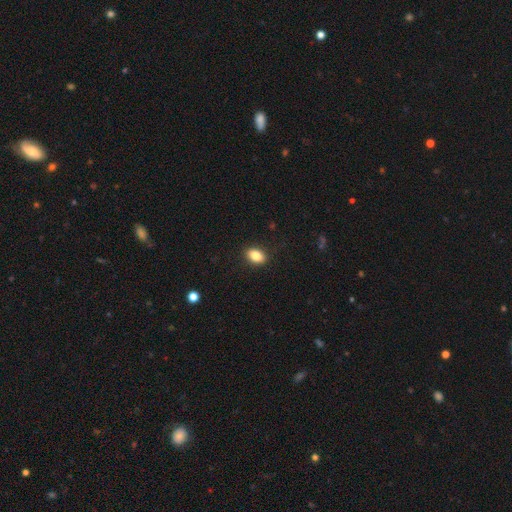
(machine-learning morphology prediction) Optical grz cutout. It shows a smooth galaxy with no disk features (85%) that is in between round and cigar-shaped (82%). Merging: none (89%).